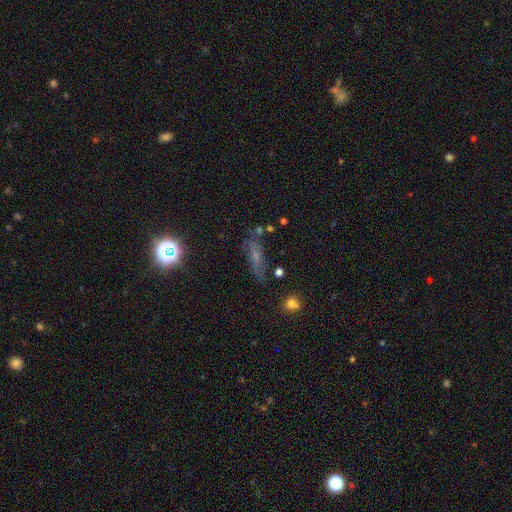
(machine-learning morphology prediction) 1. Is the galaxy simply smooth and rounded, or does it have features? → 39% smooth, 35% featured or disk, 25% star or artifact.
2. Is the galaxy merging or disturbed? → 67% none, 19% minor disturbance, 9% major disturbance, 5% merger.